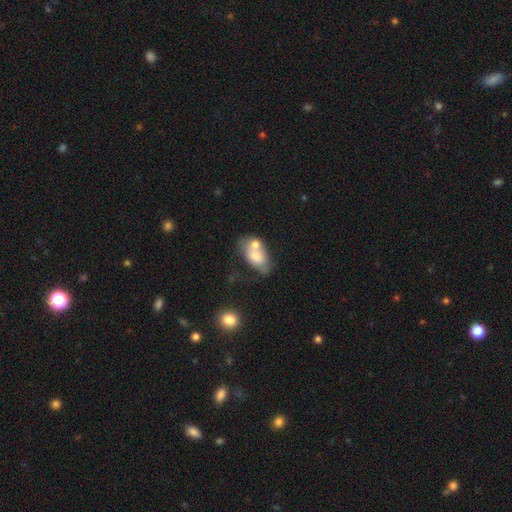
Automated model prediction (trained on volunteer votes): Smooth or featured? Predicted: smooth (p=0.66). How rounded? Predicted: in between (p=0.86). Merging? Predicted: merger (p=0.44).